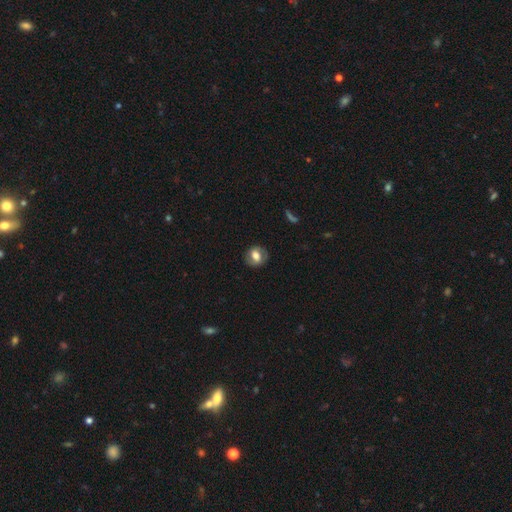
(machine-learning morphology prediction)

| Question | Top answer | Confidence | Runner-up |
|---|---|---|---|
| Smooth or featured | smooth | 57% | featured or disk (35%) |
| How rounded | round | 65% | in between (34%) |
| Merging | none | 82% | minor disturbance (12%) |